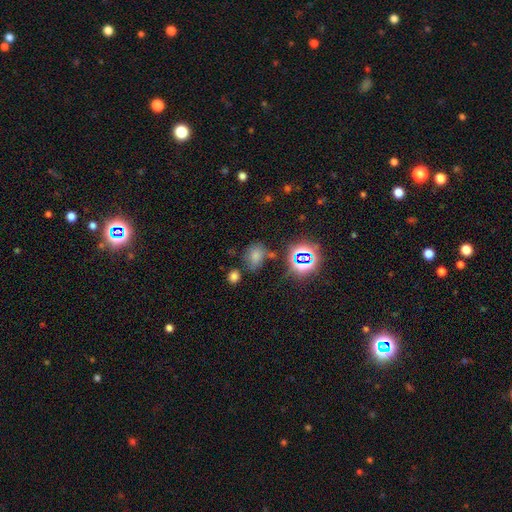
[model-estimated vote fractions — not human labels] A smooth galaxy with no disk features (61%) that is in between round and cigar-shaped (60%).

Vote fractions:
- Smooth or featured? smooth: 61% / star or artifact: 29% / featured or disk: 10%
- How rounded? in between: 60% / round: 38% / cigar-shaped: 2%
- Merging? none: 59% / minor disturbance: 21% / merger: 11% / major disturbance: 9%